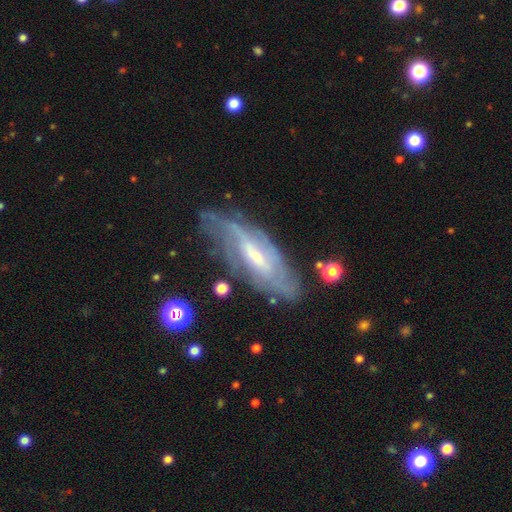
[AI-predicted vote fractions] A featured or disk galaxy (78%) with a weak bar (45%), tight (50%) spiral arms (86%) and a small central bulge (49%). Merging: none (64%).